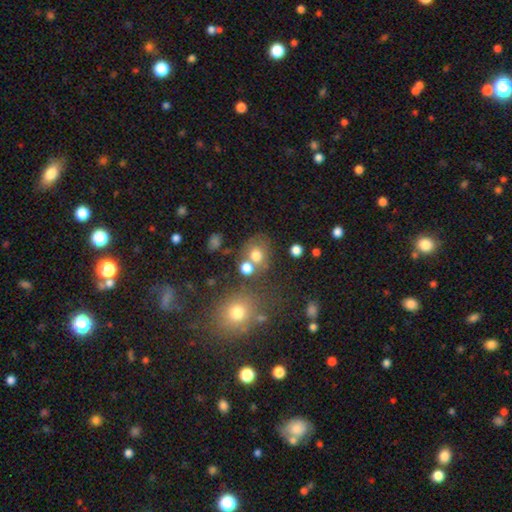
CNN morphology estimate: This is likely a smooth galaxy (72%). How rounded: likely round (68%). Merging: possibly none (53%).